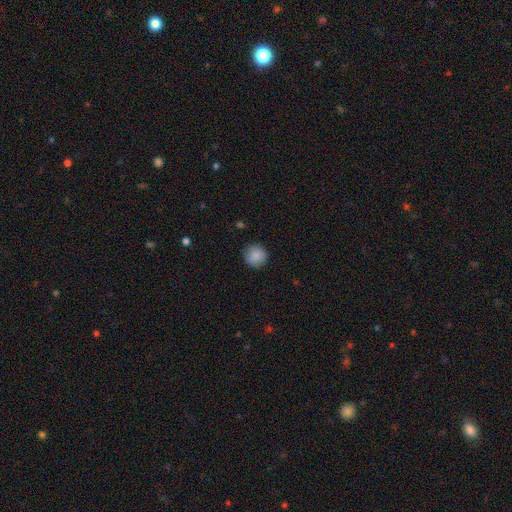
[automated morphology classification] Smooth or featured: smooth — 88% (star or artifact — 8%)
How rounded: round — 95% (in between — 4%)
Merging: none — 90% (minor disturbance — 7%)